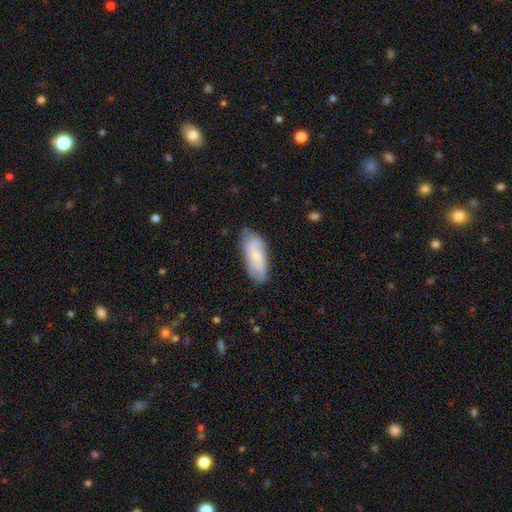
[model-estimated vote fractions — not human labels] Morphology: type=smooth (55%); roundness=in between (79%); merging=none (72%).